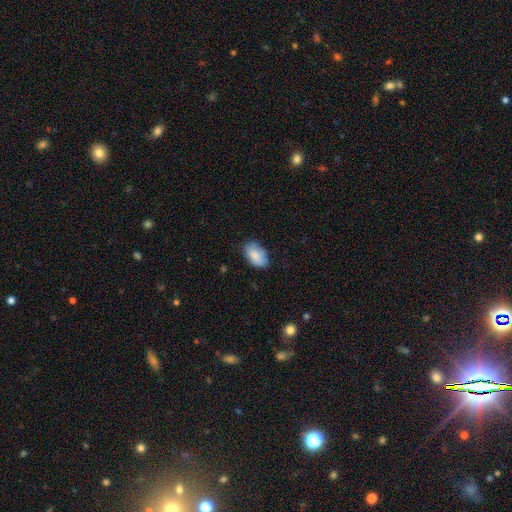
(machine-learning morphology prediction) This is clearly a smooth galaxy (87%). How rounded: clearly in between (93%). Merging: likely none (75%).